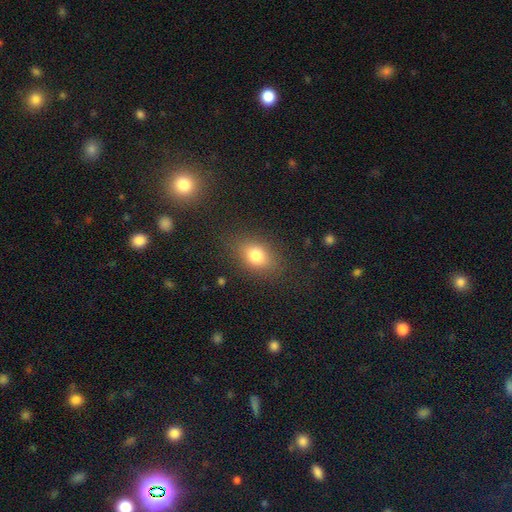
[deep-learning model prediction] Smooth or featured: smooth — 79% (star or artifact — 11%)
How rounded: in between — 74% (round — 23%)
Merging: none — 82% (minor disturbance — 12%)